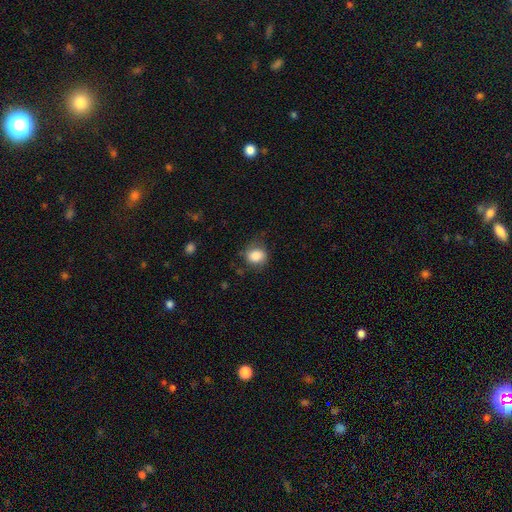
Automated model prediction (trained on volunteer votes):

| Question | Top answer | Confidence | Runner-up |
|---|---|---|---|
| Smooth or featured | smooth | 83% | featured or disk (9%) |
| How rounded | round | 72% | in between (27%) |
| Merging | none | 68% | minor disturbance (23%) |